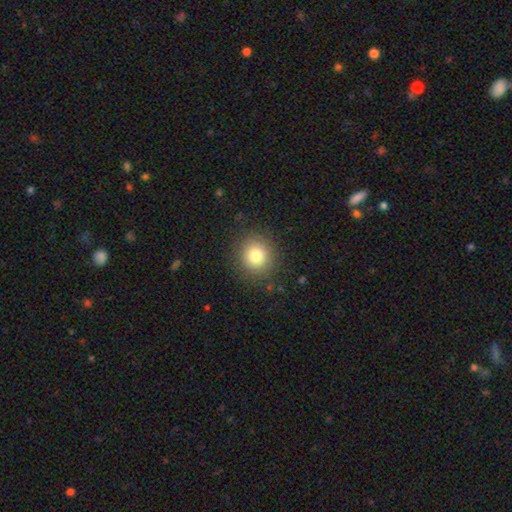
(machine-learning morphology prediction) This is likely a smooth galaxy (80%). How rounded: clearly round (90%). Merging: clearly none (88%).